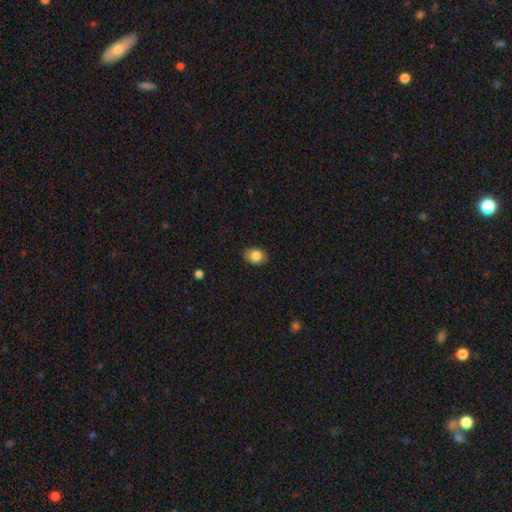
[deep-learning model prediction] This is clearly a smooth galaxy (85%). How rounded: likely in between (64%). Merging: clearly none (88%).